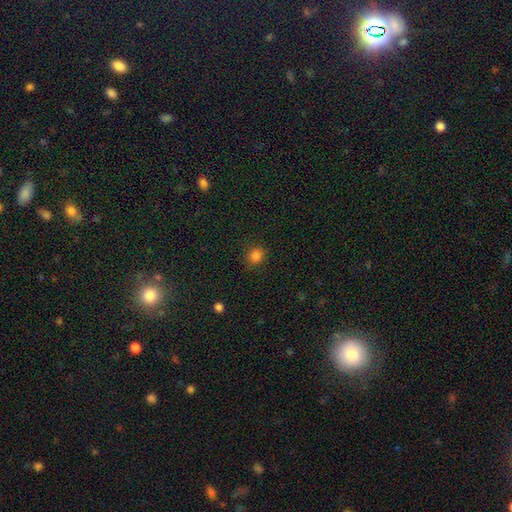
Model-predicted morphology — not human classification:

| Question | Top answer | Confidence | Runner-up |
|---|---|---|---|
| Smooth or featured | smooth | 83% | star or artifact (14%) |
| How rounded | round | 81% | in between (18%) |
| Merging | none | 87% | minor disturbance (9%) |